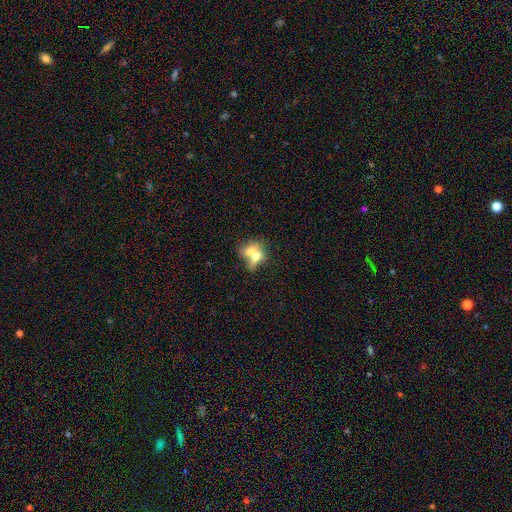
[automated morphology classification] Q: Smooth or featured?
A: smooth (62%); runner-up: featured or disk (29%)
Q: How rounded?
A: in between (58%); runner-up: round (36%)
Q: Merging?
A: merger (69%); runner-up: none (19%)